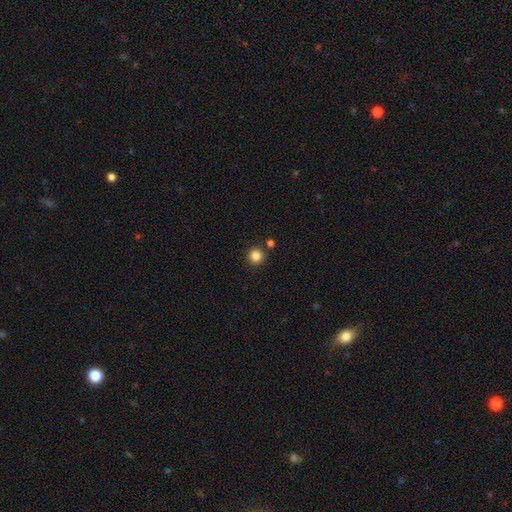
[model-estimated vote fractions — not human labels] The model was most divided on "smooth or featured": smooth: 84%, star or artifact: 12%, featured or disk: 4%. More confident: how rounded — round (95%); merging — none (86%).